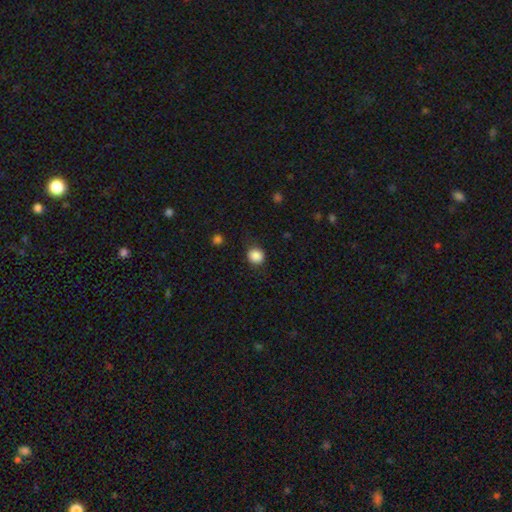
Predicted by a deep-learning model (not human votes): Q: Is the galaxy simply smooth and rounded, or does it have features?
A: smooth — 87%.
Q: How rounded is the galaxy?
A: round — 85%.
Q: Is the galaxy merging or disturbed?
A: none — 83%.